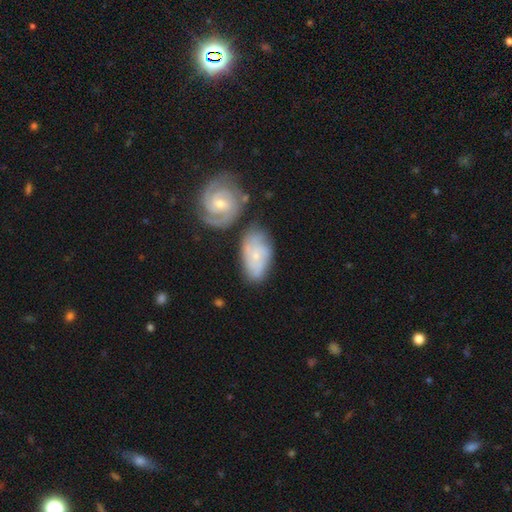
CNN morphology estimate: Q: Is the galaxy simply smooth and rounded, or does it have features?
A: featured or disk — 65%.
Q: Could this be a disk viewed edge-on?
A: no — 95%.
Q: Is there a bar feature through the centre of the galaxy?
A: no — 73%.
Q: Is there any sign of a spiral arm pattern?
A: yes — 90%.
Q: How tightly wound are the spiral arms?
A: tight — 53%.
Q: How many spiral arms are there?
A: can't tell — 29%, tied with 3.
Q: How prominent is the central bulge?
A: small — 73%.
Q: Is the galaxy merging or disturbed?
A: none — 54%.